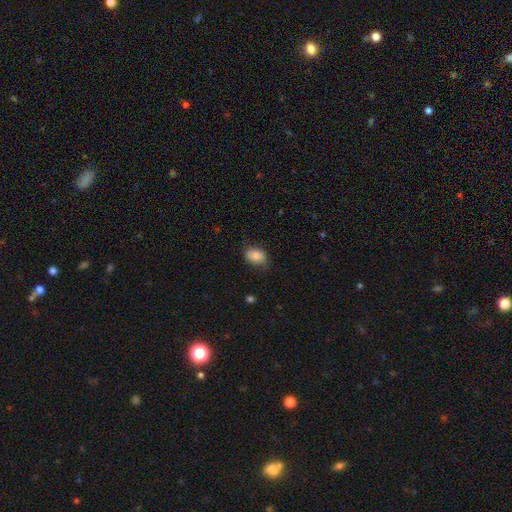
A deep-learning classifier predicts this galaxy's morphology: smooth 83%, featured or disk 9%, star or artifact 8%. Down the decision tree: how rounded — in between (73%); merging — none (68%).